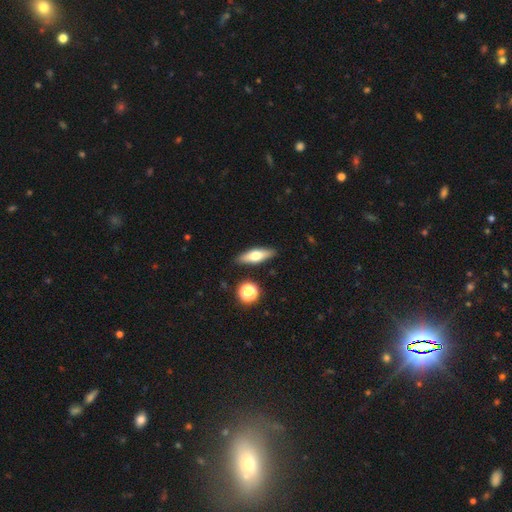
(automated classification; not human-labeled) Smooth or featured?
  - smooth: 56% *
  - featured or disk: 36%
  - star or artifact: 8%
How rounded?
  - cigar-shaped: 49% *
  - in between: 46%
  - round: 5%
Merging?
  - none: 87% *
  - minor disturbance: 8%
  - merger: 3%
  - major disturbance: 2%